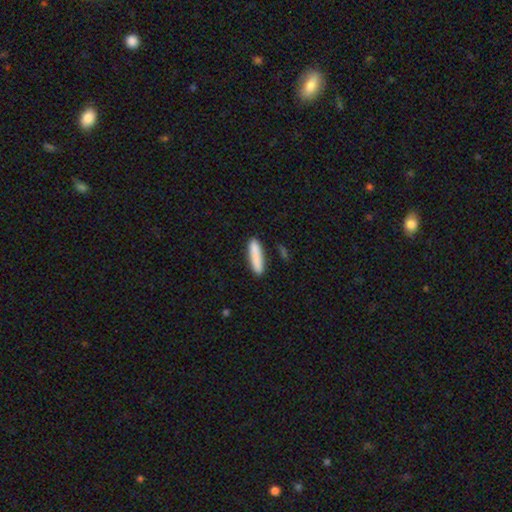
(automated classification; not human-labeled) smooth_or_featured: smooth (p=0.87) [alt: featured or disk p=0.07]
how_rounded: cigar-shaped (p=0.81) [alt: in between p=0.18]
merging: none (p=0.85) [alt: minor disturbance p=0.10]